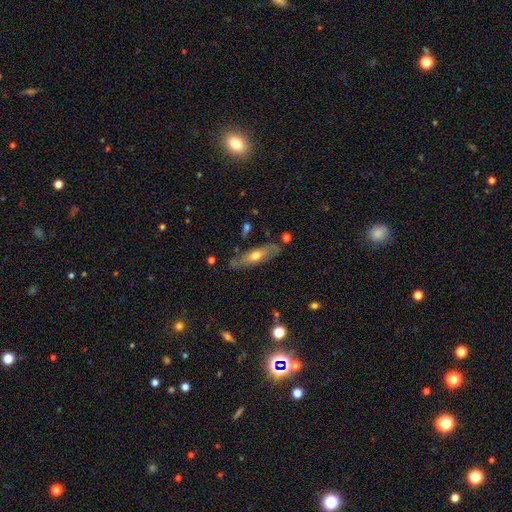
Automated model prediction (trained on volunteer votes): featured or disk 51%, smooth 43%, star or artifact 6%. Down the decision tree: edge-on disk — no (51%); merging — none (76%).